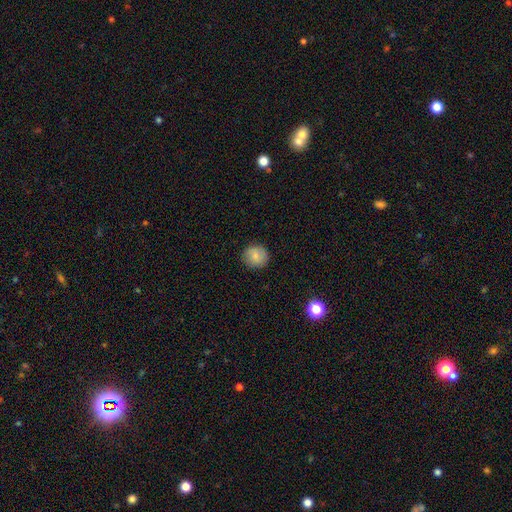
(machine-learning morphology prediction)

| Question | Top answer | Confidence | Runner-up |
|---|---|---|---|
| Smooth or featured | smooth | 80% | featured or disk (12%) |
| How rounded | round | 91% | in between (8%) |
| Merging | none | 89% | minor disturbance (8%) |